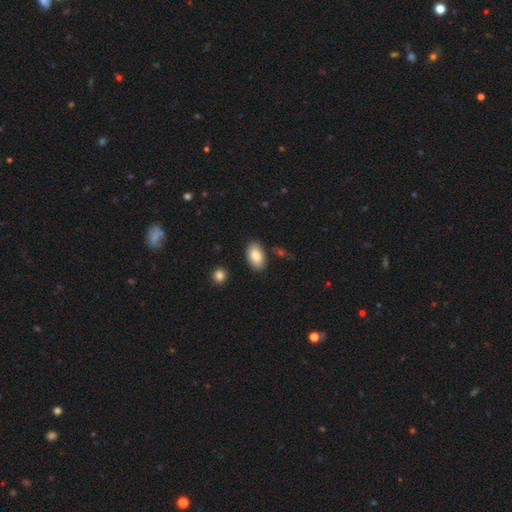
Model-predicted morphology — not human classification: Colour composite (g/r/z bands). It shows a smooth galaxy with no disk features (83%) that is in between round and cigar-shaped (94%). Merging: none (85%).